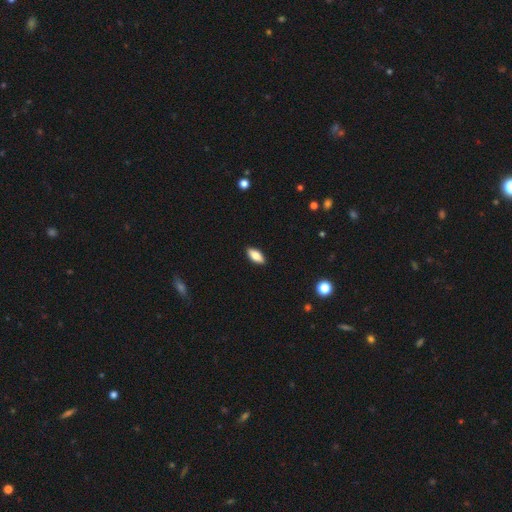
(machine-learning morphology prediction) Smooth or featured: smooth — 79% (featured or disk — 15%)
How rounded: in between — 83% (cigar-shaped — 15%)
Merging: none — 90% (minor disturbance — 8%)